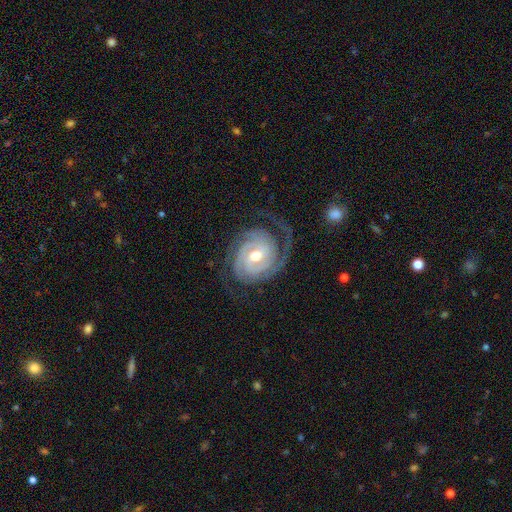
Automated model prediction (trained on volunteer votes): Morphology: type=featured or disk (92%); edge-on=no (97%); bar=no (43%); spiral arms=yes (98%); winding=tight (68%); arm count=2 (52%); bulge=moderate (63%); merging=none (70%).